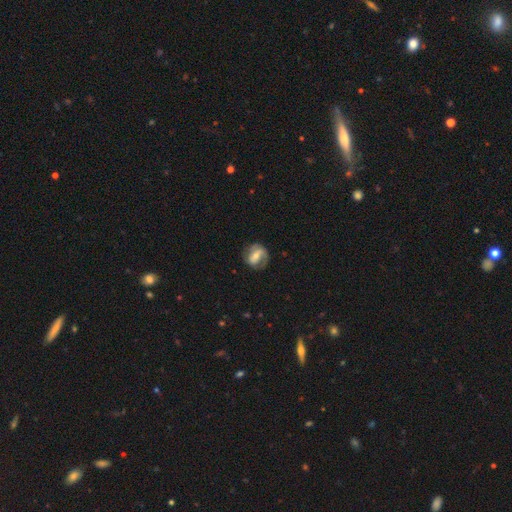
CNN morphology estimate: smooth-or-featured: featured or disk: 63% | smooth: 30% | star or artifact: 7%
  disk-edge-on: no: 96% | yes: 4%
    bar: strong: 42% | weak: 37% | no: 21%
    has-spiral-arms: yes: 79% | no: 21%
    bulge-size: moderate: 50% | small: 39% | large: 6% | none: 4% | dominant: 1%
  merging: none: 67% | minor disturbance: 20% | major disturbance: 12% | merger: 2%